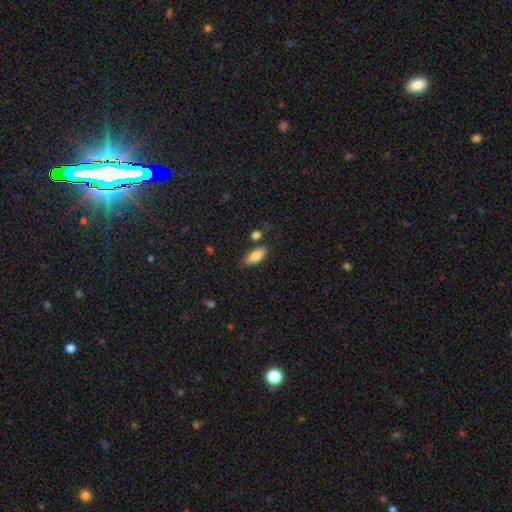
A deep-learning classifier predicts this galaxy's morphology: smooth-or-featured: smooth: 78% | featured or disk: 15% | star or artifact: 7%
  how-rounded: in between: 85% | cigar-shaped: 12% | round: 3%
  merging: none: 78% | minor disturbance: 13% | merger: 5% | major disturbance: 3%